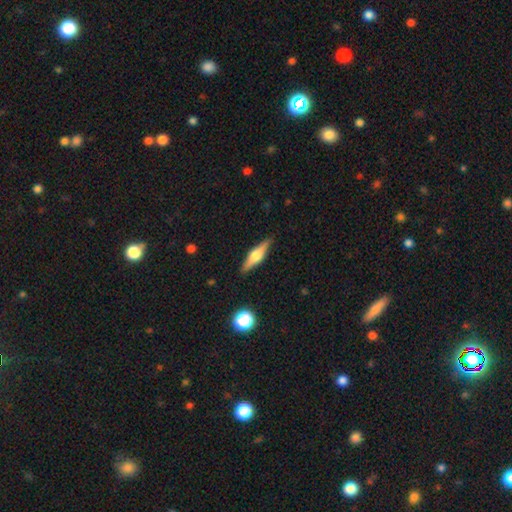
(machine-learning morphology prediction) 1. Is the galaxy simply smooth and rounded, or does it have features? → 65% featured or disk, 29% smooth, 6% star or artifact.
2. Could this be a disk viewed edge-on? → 96% yes, 4% no.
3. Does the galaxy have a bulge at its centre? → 89% rounded, 9% boxy, 2% none.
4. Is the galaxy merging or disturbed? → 89% none, 8% minor disturbance, 2% major disturbance, 1% merger.